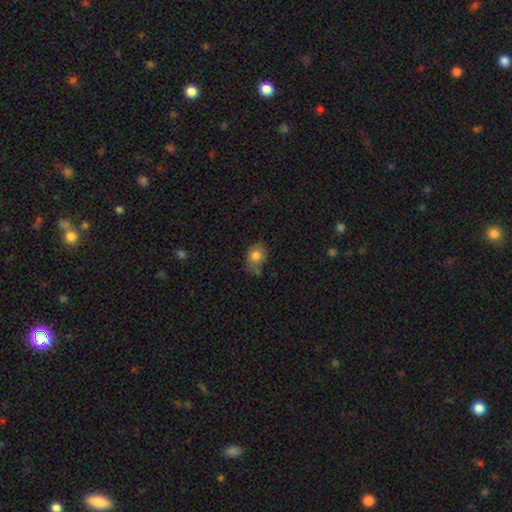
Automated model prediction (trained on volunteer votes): Overall: smooth (82%). How rounded: in between (52%; round 47%). Merging: none (58%; minor disturbance 30%).